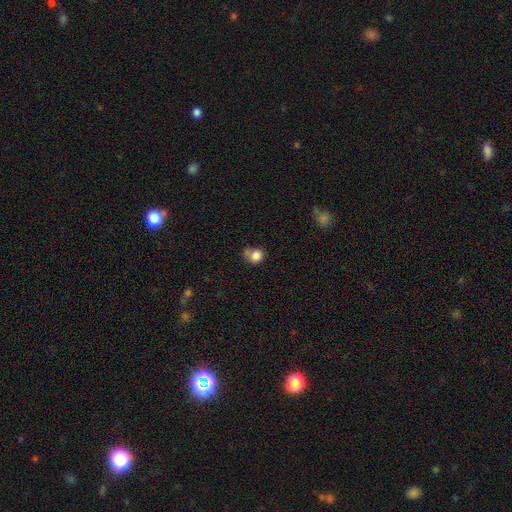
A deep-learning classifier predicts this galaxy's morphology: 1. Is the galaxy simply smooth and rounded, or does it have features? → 82% smooth, 10% star or artifact, 8% featured or disk.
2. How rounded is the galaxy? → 70% round, 29% in between, 1% cigar-shaped.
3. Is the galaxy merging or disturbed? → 44% none, 28% minor disturbance, 16% merger, 11% major disturbance.